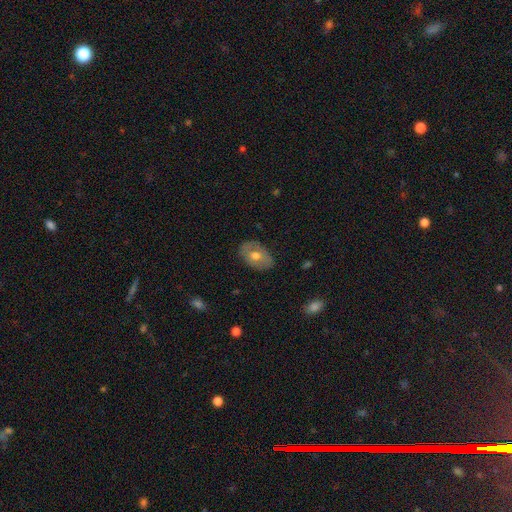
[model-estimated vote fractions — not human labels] The model was most divided on "smooth or featured": smooth: 59%, featured or disk: 34%, star or artifact: 7%. More confident: how rounded — in between (83%); merging — none (80%).